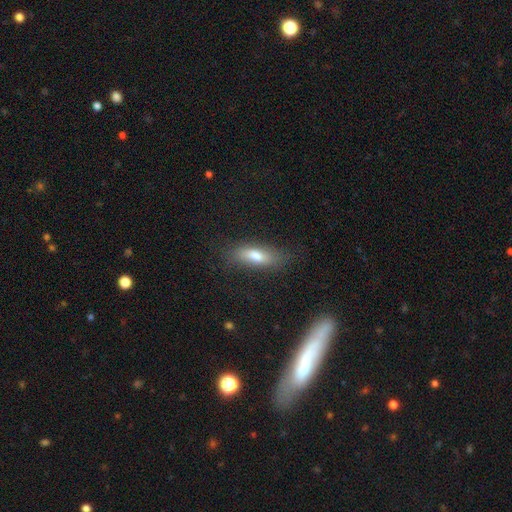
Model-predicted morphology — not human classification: A smooth galaxy with no disk features (72%) that is in between round and cigar-shaped (65%). Merging: none (75%).